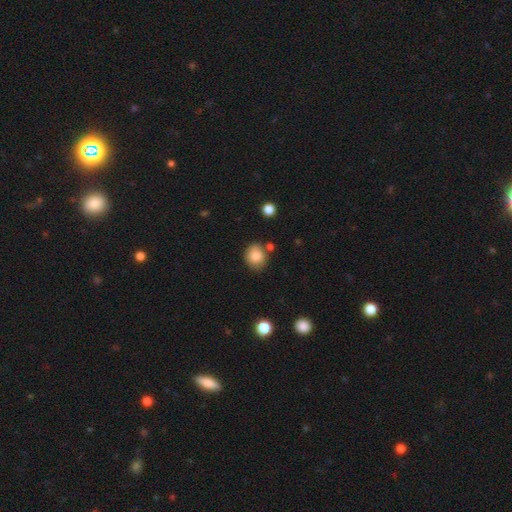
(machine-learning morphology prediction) type=smooth (85%); roundness=round (71%); merging=none (72%).